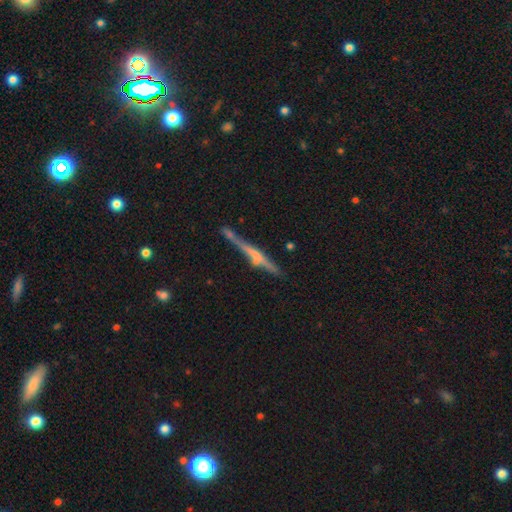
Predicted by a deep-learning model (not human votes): A featured or disk galaxy (67%) viewed edge-on (96%) with a rounded central bulge (44%).

Vote fractions:
- Smooth or featured? featured or disk: 67% / smooth: 26% / star or artifact: 7%
- Edge-on disk? yes: 96% / no: 4%
- Edge-on bulge? rounded: 44% / none: 35% / boxy: 21%
- Merging? none: 72% / minor disturbance: 15% / merger: 8% / major disturbance: 4%